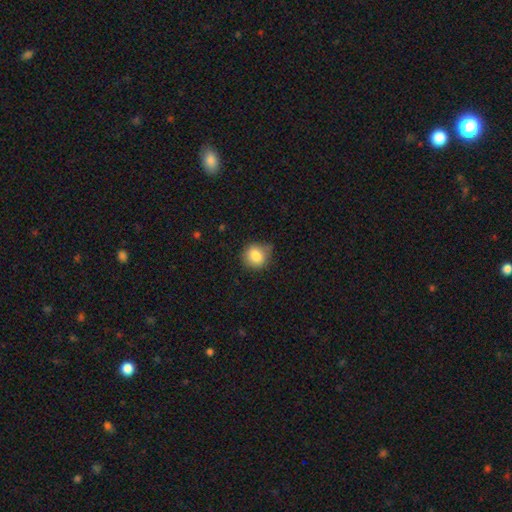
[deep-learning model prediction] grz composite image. It shows a smooth galaxy with no disk features (84%) that is round (79%). Merging: none (65%).